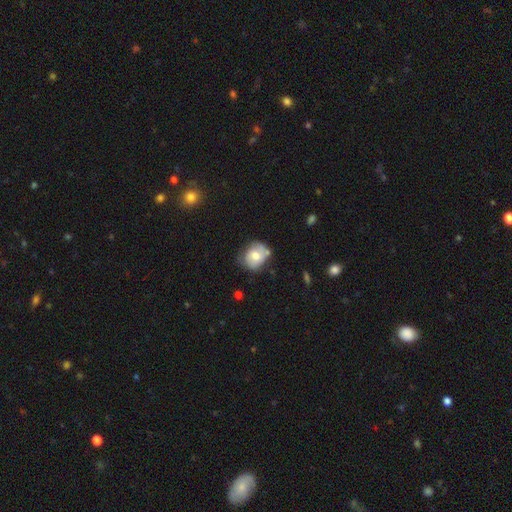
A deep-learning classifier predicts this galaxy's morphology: Smooth or featured: smooth — 60% (featured or disk — 32%)
How rounded: round — 60% (in between — 40%)
Merging: none — 54% (minor disturbance — 29%)